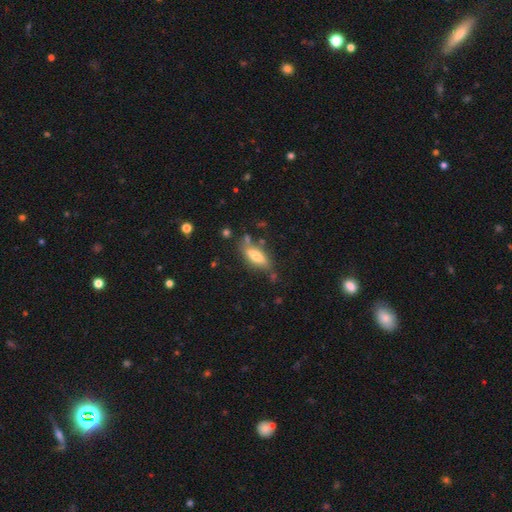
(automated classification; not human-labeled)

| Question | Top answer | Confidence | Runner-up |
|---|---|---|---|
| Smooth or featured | smooth | 64% | featured or disk (28%) |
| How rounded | in between | 62% | cigar-shaped (36%) |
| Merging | none | 67% | minor disturbance (20%) |